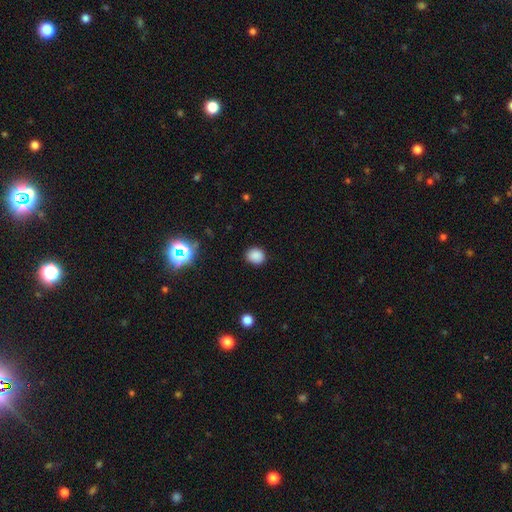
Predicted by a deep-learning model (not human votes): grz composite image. It shows a smooth galaxy with no disk features (85%) that is round (68%). Merging: none (88%).